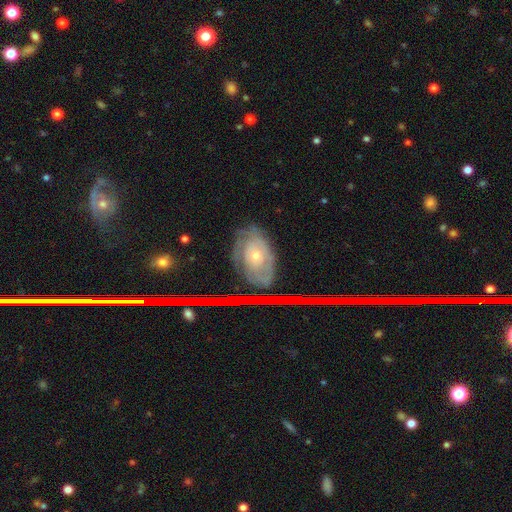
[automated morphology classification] Q: Smooth or featured?
A: featured or disk (60%); runner-up: smooth (28%)
Q: Edge-on disk?
A: no (92%); runner-up: yes (8%)
Q: Bar?
A: no (81%); runner-up: weak (15%)
Q: Spiral arms?
A: yes (74%); runner-up: no (26%)
Q: Bulge size?
A: small (55%); runner-up: moderate (40%)
Q: Merging?
A: none (68%); runner-up: minor disturbance (22%)